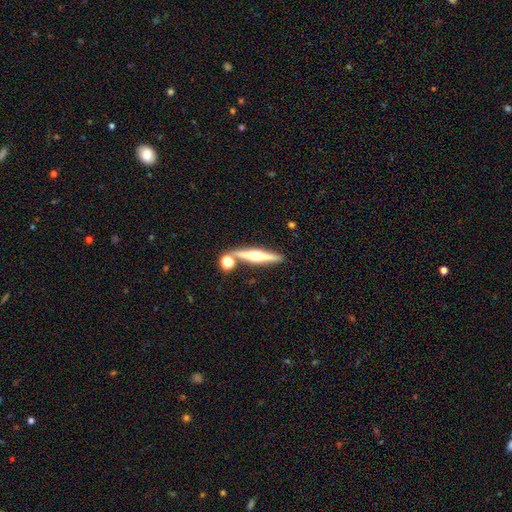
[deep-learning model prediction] This appears to be a featured or disk galaxy (66%) viewed edge-on (97%) with a rounded central bulge (93%). Merging: none (80%).